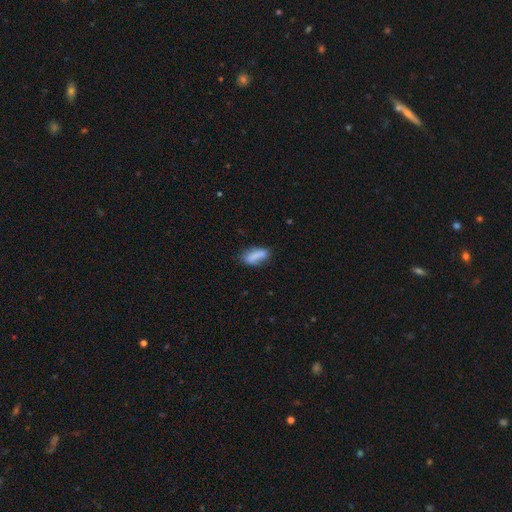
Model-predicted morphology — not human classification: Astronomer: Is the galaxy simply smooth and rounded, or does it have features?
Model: smooth — 78%.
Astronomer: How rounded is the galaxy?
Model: in between — 74%.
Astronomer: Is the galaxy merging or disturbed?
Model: none — 61%.